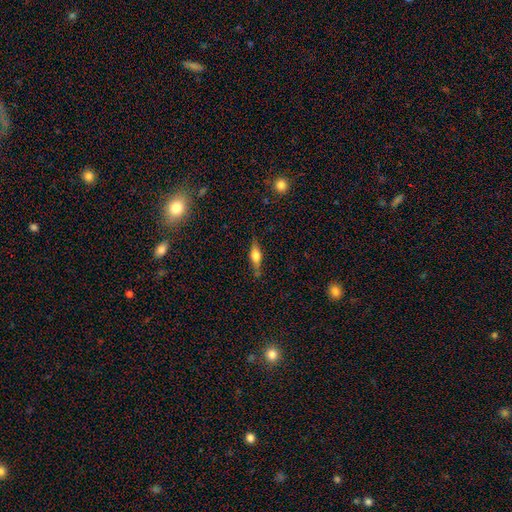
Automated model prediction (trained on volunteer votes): smooth-or-featured: featured or disk: 46% | smooth: 45% | star or artifact: 8%
  merging: none: 77% | minor disturbance: 16% | major disturbance: 4% | merger: 3%